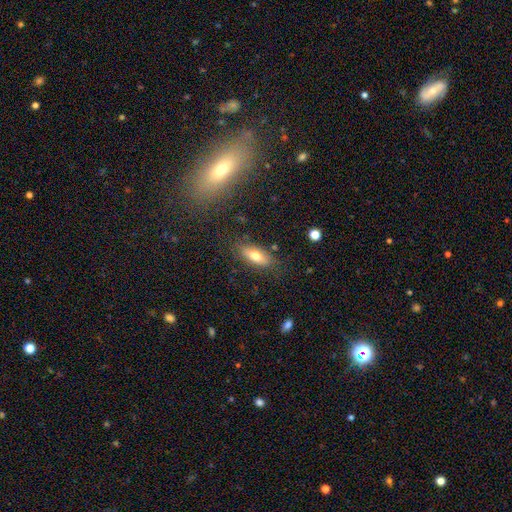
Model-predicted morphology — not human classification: Smooth or featured?
  - smooth: 71% *
  - featured or disk: 21%
  - star or artifact: 8%
How rounded?
  - in between: 79% *
  - cigar-shaped: 17%
  - round: 4%
Merging?
  - none: 80% *
  - minor disturbance: 14%
  - major disturbance: 4%
  - merger: 3%